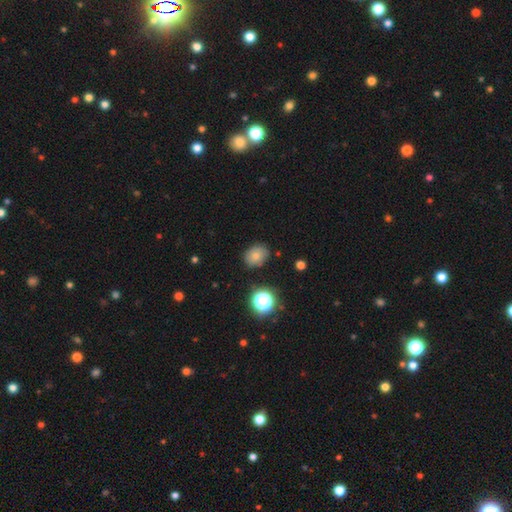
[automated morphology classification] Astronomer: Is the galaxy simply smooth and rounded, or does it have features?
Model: smooth — 76%.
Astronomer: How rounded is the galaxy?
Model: in between — 51% (runner-up: round, 48%).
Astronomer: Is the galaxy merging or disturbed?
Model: none — 79%.